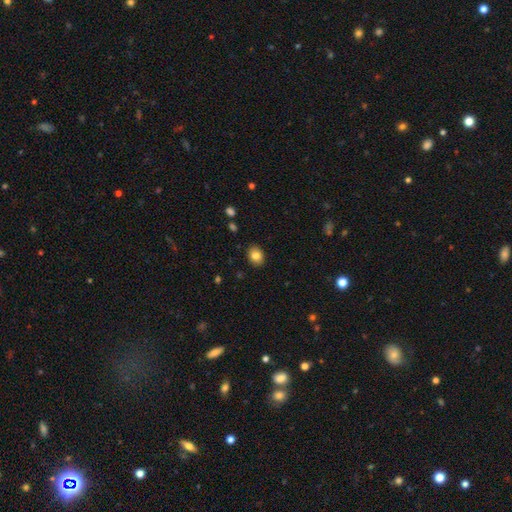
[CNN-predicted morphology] smooth-or-featured: smooth: 84% | star or artifact: 9% | featured or disk: 7%
  how-rounded: in between: 52% | round: 47% | cigar-shaped: 1%
  merging: none: 89% | minor disturbance: 8% | major disturbance: 2% | merger: 1%